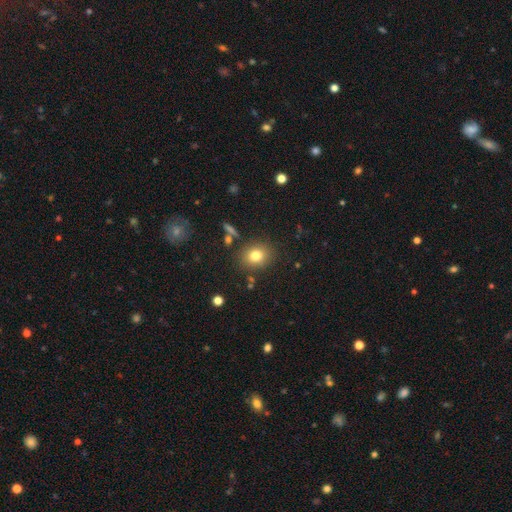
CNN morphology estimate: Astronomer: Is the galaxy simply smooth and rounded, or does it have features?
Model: smooth — 78%.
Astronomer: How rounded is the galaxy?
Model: round — 60% (runner-up: in between, 39%).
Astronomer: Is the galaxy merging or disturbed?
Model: none — 83%.